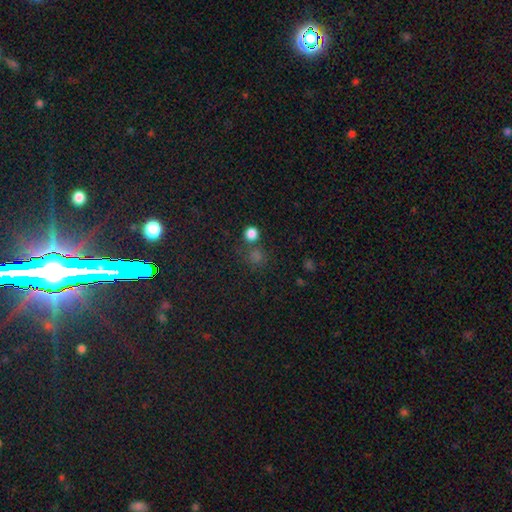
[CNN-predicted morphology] A smooth galaxy with no disk features (52%) that is round (89%).

Vote fractions:
- Smooth or featured? smooth: 52% / star or artifact: 42% / featured or disk: 7%
- How rounded? round: 89% / in between: 10% / cigar-shaped: 1%
- Merging? none: 72% / merger: 15% / minor disturbance: 9% / major disturbance: 4%